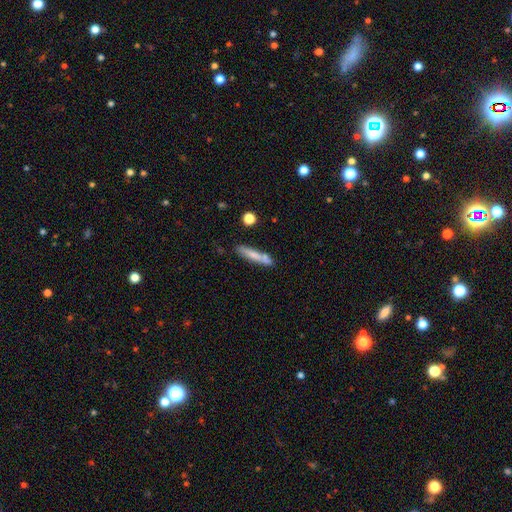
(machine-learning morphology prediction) The model was most divided on "smooth or featured": smooth: 66%, featured or disk: 27%, star or artifact: 7%. More confident: how rounded — cigar-shaped (89%); merging — none (71%).